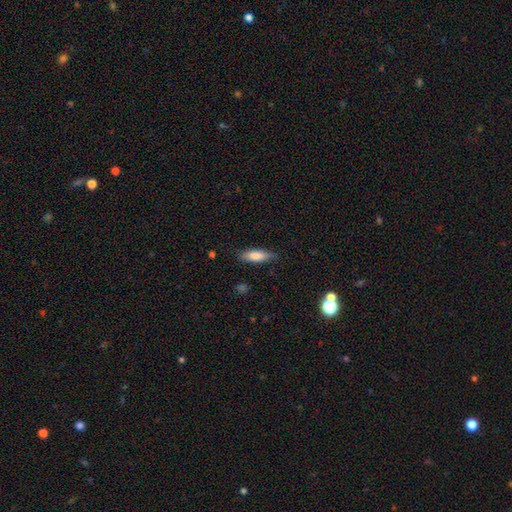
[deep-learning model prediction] Smooth or featured: smooth — 79% (featured or disk — 15%)
How rounded: in between — 55% (cigar-shaped — 43%)
Merging: none — 76% (minor disturbance — 19%)